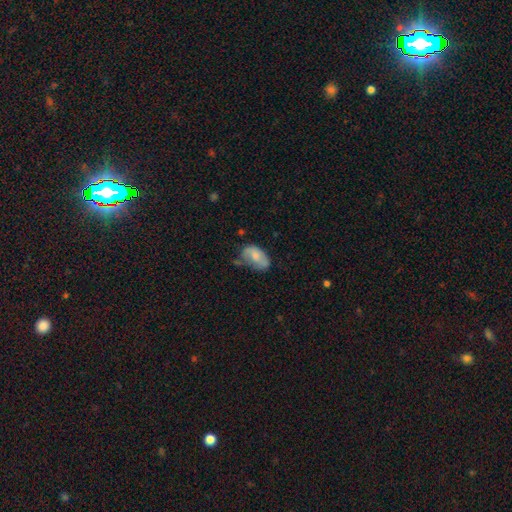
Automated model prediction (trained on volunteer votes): Smooth or featured? Predicted: smooth (p=0.64). How rounded? Predicted: in between (p=0.91). Merging? Predicted: none (p=0.39).